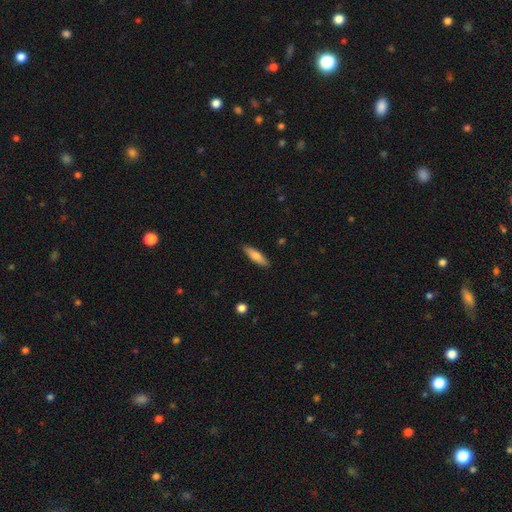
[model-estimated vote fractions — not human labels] Morphology: type=smooth (74%); roundness=cigar-shaped (65%); merging=none (89%).